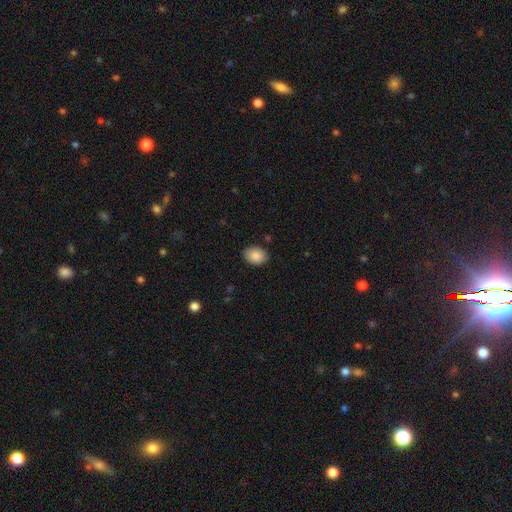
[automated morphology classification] smooth-or-featured: smooth: 87% | star or artifact: 8% | featured or disk: 5%
  how-rounded: in between: 64% | round: 35% | cigar-shaped: 1%
  merging: none: 86% | minor disturbance: 11% | major disturbance: 2% | merger: 1%